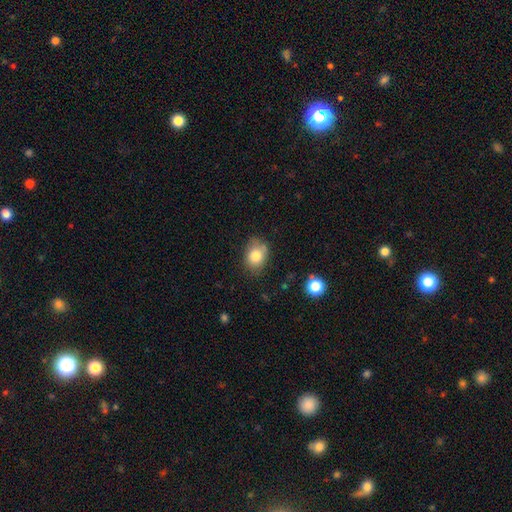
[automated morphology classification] This is likely a smooth galaxy (80%). How rounded: likely in between (61%). Merging: likely none (68%).